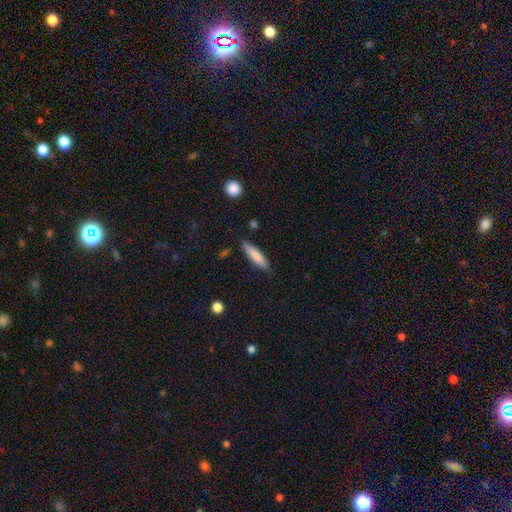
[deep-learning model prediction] Smooth or featured: smooth — 81% (featured or disk — 13%)
How rounded: cigar-shaped — 76% (in between — 23%)
Merging: none — 85% (minor disturbance — 12%)